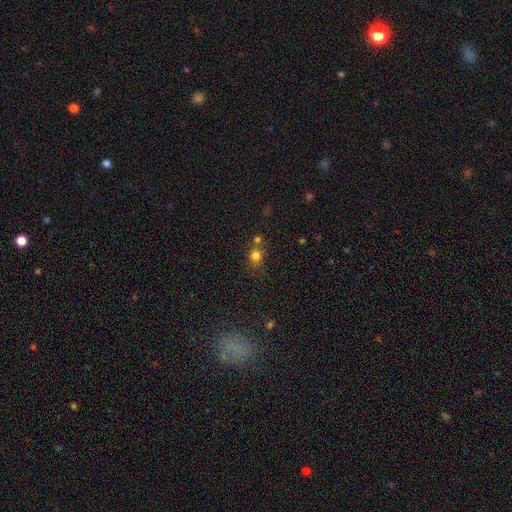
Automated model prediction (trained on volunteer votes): Smooth or featured: smooth — 78% (star or artifact — 15%)
How rounded: round — 77% (in between — 22%)
Merging: none — 57% (merger — 27%)